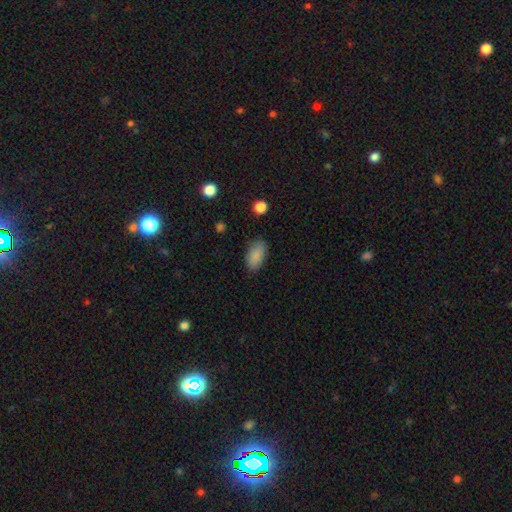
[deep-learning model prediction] Overall: smooth (87%). How rounded: in between (92%). Merging: none (82%).